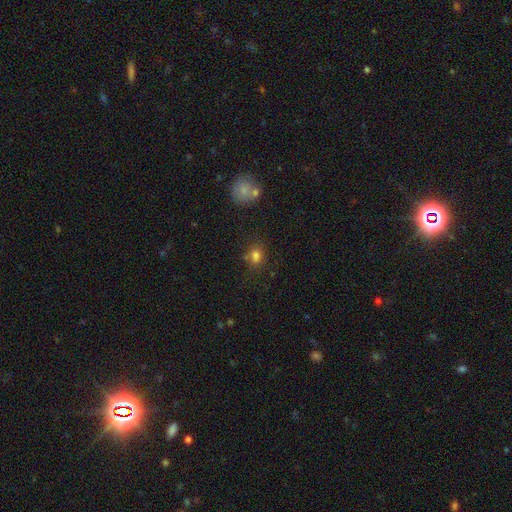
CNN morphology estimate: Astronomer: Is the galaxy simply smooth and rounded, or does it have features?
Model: smooth — 78%.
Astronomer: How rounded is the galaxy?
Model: in between — 53% (runner-up: round, 45%).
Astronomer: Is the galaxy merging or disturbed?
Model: none — 67%.